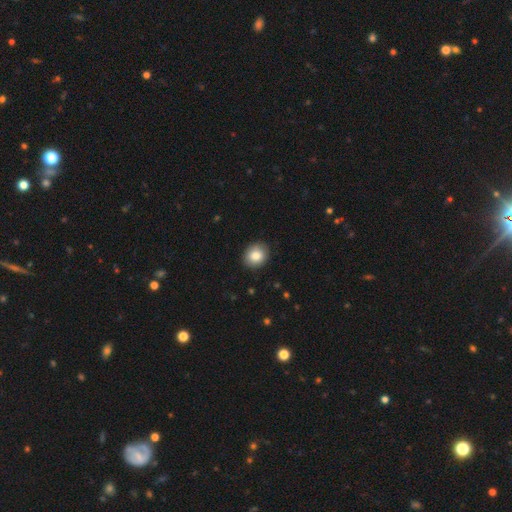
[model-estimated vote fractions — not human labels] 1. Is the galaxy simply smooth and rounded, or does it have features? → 84% smooth, 8% star or artifact, 7% featured or disk.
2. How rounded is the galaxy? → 67% round, 32% in between, 1% cigar-shaped.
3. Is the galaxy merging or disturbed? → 89% none, 8% minor disturbance, 2% major disturbance, 1% merger.